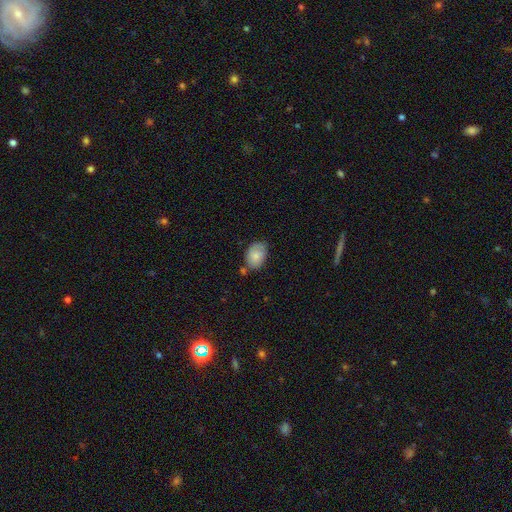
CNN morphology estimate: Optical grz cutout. It shows a smooth galaxy with no disk features (72%) that is in between round and cigar-shaped (82%). Merging: none (61%).